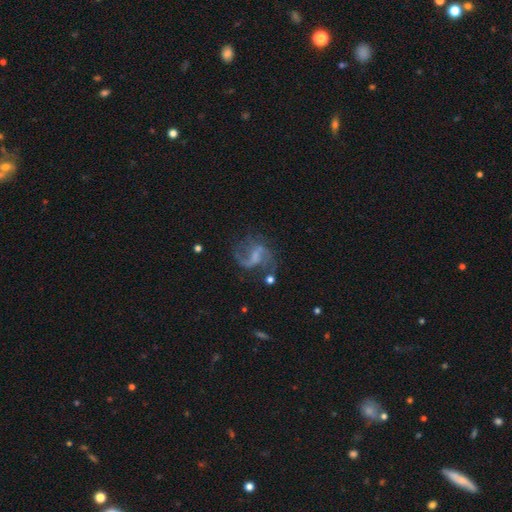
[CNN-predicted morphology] The model was most divided on "bulge size": none: 44%, small: 32%, moderate: 19%, large: 4%, dominant: 1%. More confident: edge-on disk — no (98%); spiral arms — yes (91%); spiral arm count — 2 (85%); smooth or featured — featured or disk (82%); spiral winding — loose (62%); merging — none (56%); bar — weak (52%).